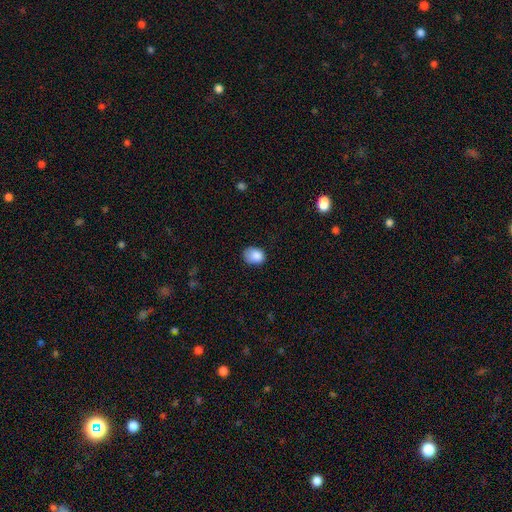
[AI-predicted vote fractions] smooth-or-featured: smooth: 86% | star or artifact: 9% | featured or disk: 5%
  how-rounded: in between: 61% | round: 38% | cigar-shaped: 1%
  merging: none: 60% | minor disturbance: 31% | major disturbance: 7% | merger: 2%